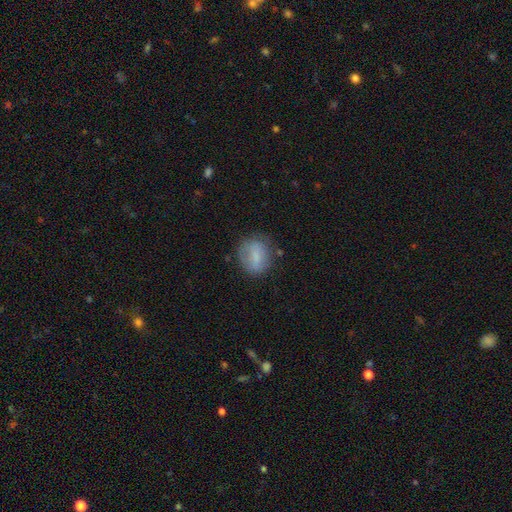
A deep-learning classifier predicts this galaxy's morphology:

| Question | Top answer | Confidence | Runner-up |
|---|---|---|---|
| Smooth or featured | smooth | 68% | featured or disk (24%) |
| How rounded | round | 67% | in between (31%) |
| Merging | none | 70% | minor disturbance (20%) |